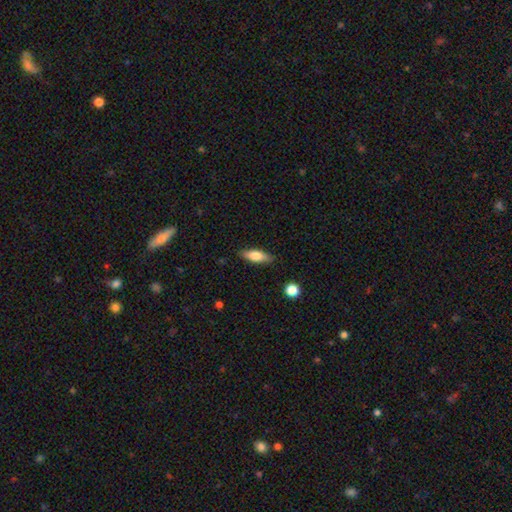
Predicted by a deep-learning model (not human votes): A smooth galaxy with no disk features (72%) that is in between round and cigar-shaped (61%).

Vote fractions:
- Smooth or featured? smooth: 72% / featured or disk: 22% / star or artifact: 7%
- How rounded? in between: 61% / cigar-shaped: 36% / round: 3%
- Merging? none: 85% / minor disturbance: 11% / major disturbance: 2% / merger: 1%